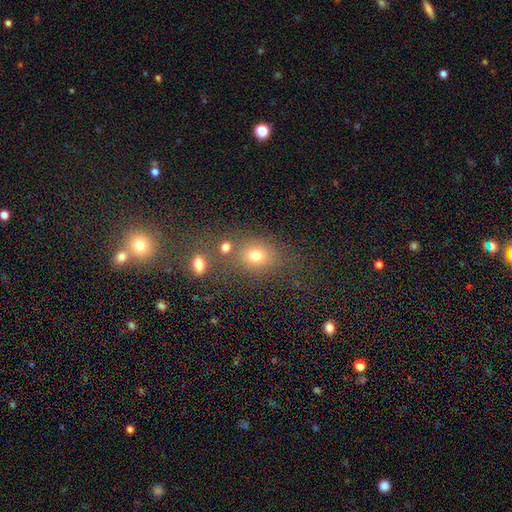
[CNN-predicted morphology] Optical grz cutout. It shows a smooth galaxy with no disk features (72%) that is round (54%). Merging: none (60%).